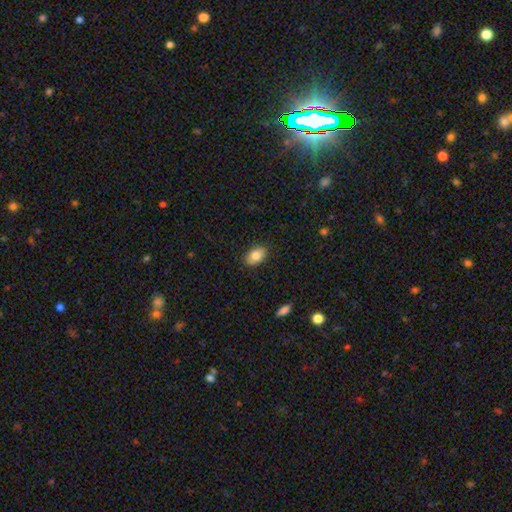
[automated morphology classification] A smooth galaxy with no disk features (83%) that is in between round and cigar-shaped (87%).

Vote fractions:
- Smooth or featured? smooth: 83% / featured or disk: 10% / star or artifact: 7%
- How rounded? in between: 87% / round: 11% / cigar-shaped: 1%
- Merging? none: 88% / minor disturbance: 9% / major disturbance: 2% / merger: 1%